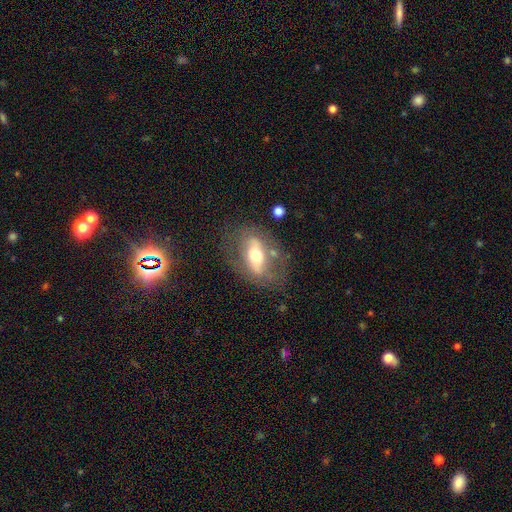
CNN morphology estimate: This is possibly a featured or disk galaxy (58%). It is likely not viewed edge-on (74%). Merging: likely none (65%).